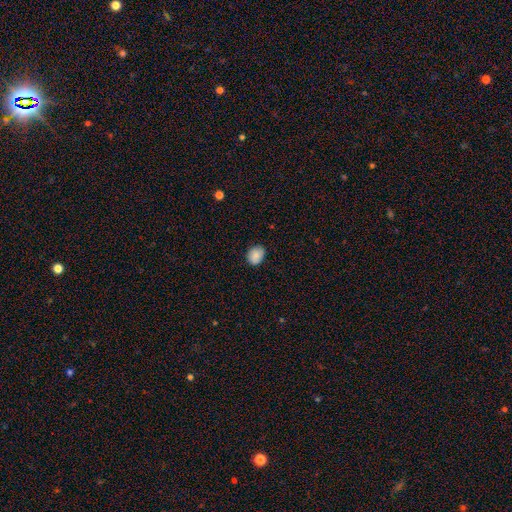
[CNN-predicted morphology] smooth-or-featured: smooth: 84% | star or artifact: 8% | featured or disk: 7%
  how-rounded: round: 52% | in between: 47% | cigar-shaped: 1%
  merging: none: 80% | minor disturbance: 16% | major disturbance: 3% | merger: 1%